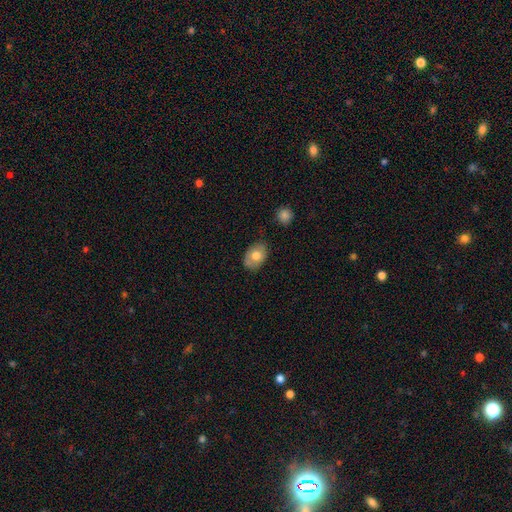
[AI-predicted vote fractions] The model was most divided on "smooth or featured": smooth: 71%, featured or disk: 22%, star or artifact: 7%. More confident: how rounded — in between (80%); merging — none (73%).